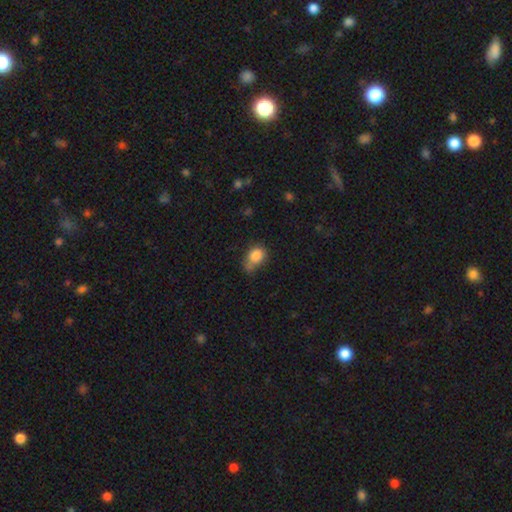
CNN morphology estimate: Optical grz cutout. It shows a smooth galaxy with no disk features (82%) that is in between round and cigar-shaped (56%). Merging: minor disturbance (36%, tied with none).